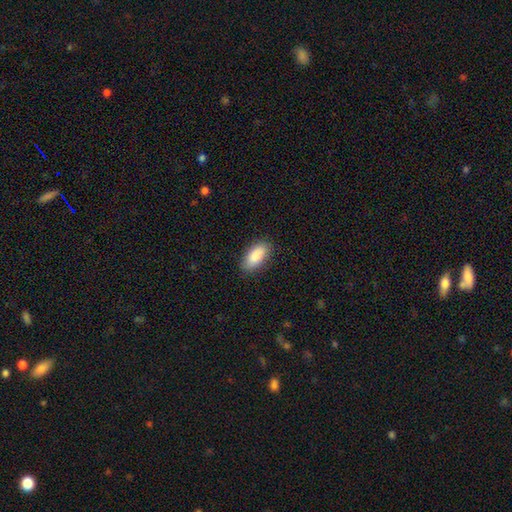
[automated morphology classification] The model was most divided on "merging": none: 87%, minor disturbance: 10%, major disturbance: 2%, merger: 1%. More confident: how rounded — in between (89%); smooth or featured — smooth (88%).